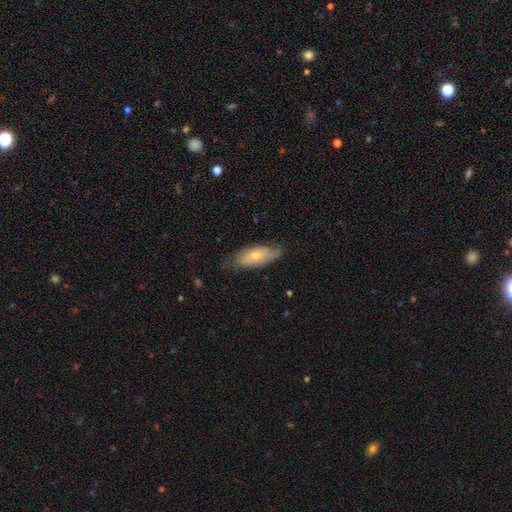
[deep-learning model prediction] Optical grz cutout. It shows a smooth galaxy with no disk features (57%) that is in between round and cigar-shaped (76%). Merging: none (66%).